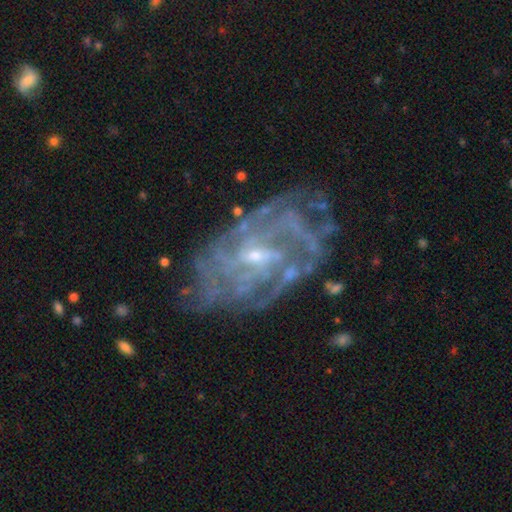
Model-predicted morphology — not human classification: Q: Smooth or featured?
A: featured or disk (85%); runner-up: star or artifact (8%)
Q: Edge-on disk?
A: no (96%); runner-up: yes (4%)
Q: Bar?
A: weak (49%); runner-up: no (37%)
Q: Spiral arms?
A: yes (89%); runner-up: no (11%)
Q: Spiral winding?
A: tight (58%); runner-up: medium (31%)
Q: Spiral arm count?
A: can't tell (47%); runner-up: 4 (16%)
Q: Bulge size?
A: small (68%); runner-up: moderate (25%)
Q: Merging?
A: none (69%); runner-up: minor disturbance (18%)